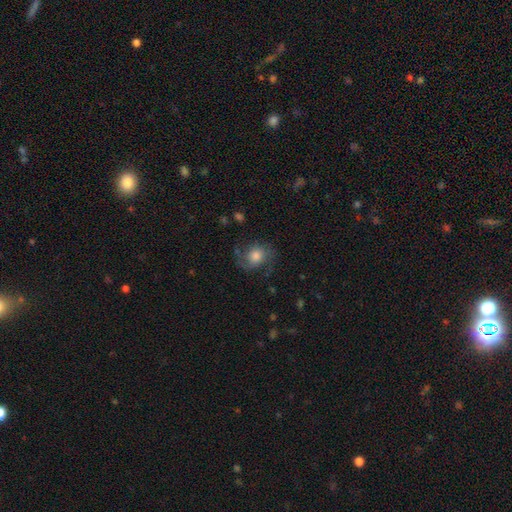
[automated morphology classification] Overall: featured or disk (54%; smooth 37%). Edge-on disk: no (97%). Bar: no (75%). Spiral arms: yes (89%). Bulge size: moderate (47%; large 27%). Merging: none (66%).